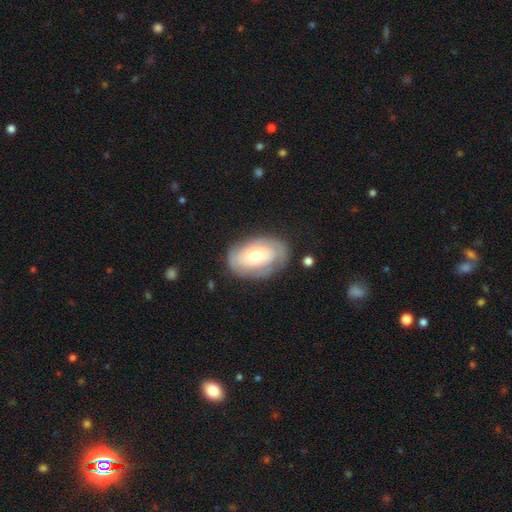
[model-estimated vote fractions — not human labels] Smooth or featured?
  - featured or disk: 52% *
  - smooth: 41%
  - star or artifact: 6%
Edge-on disk?
  - no: 94% *
  - yes: 6%
Merging?
  - none: 72% *
  - minor disturbance: 19%
  - major disturbance: 7%
  - merger: 2%